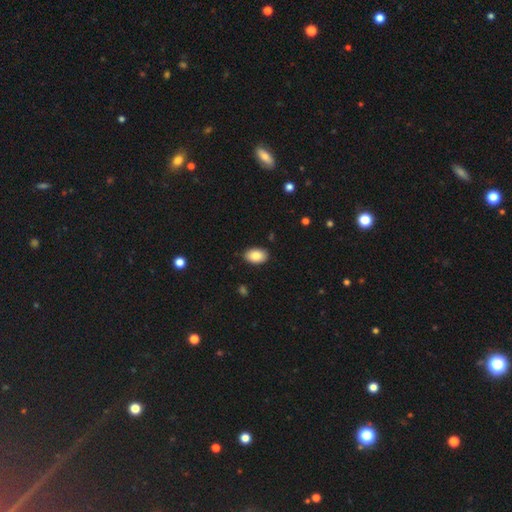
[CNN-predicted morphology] smooth-or-featured: smooth: 86% | star or artifact: 7% | featured or disk: 7%
  how-rounded: in between: 89% | round: 9% | cigar-shaped: 1%
  merging: none: 88% | minor disturbance: 9% | major disturbance: 2% | merger: 1%